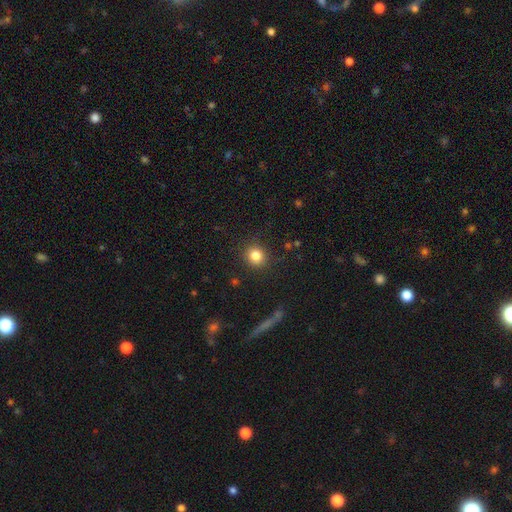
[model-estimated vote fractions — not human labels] smooth_or_featured: smooth (p=0.83) [alt: star or artifact p=0.11]
how_rounded: round (p=0.87) [alt: in between p=0.12]
merging: none (p=0.89) [alt: minor disturbance p=0.07]